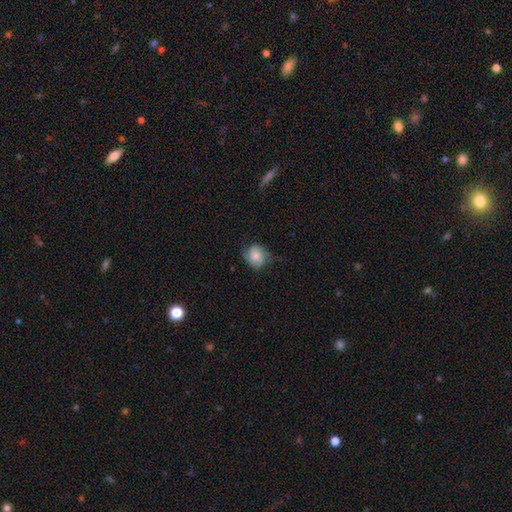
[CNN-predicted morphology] smooth 56%, featured or disk 35%, star or artifact 9%. Down the decision tree: how rounded — round (64%); merging — none (58%).